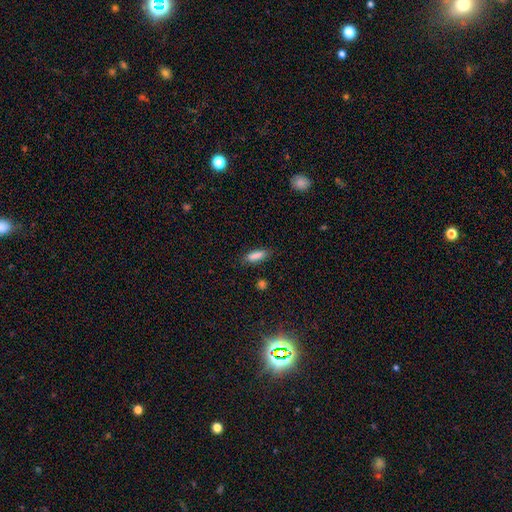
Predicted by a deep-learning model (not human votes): Smooth or featured? Predicted: smooth (p=0.85). How rounded? Predicted: in between (p=0.57). Merging? Predicted: none (p=0.81).